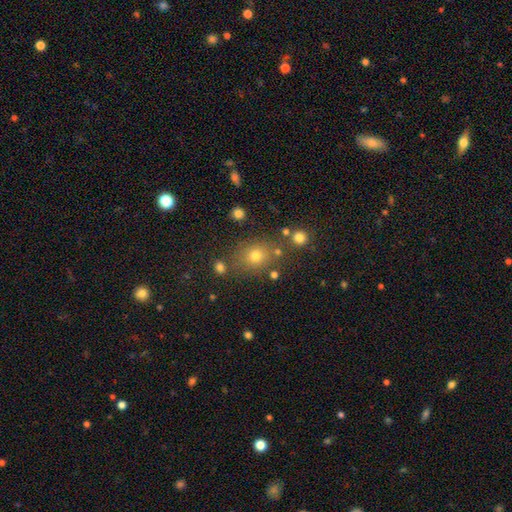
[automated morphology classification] smooth_or_featured: smooth (p=0.70) [alt: star or artifact p=0.19]
how_rounded: round (p=0.65) [alt: in between p=0.34]
merging: none (p=0.77) [alt: minor disturbance p=0.11]